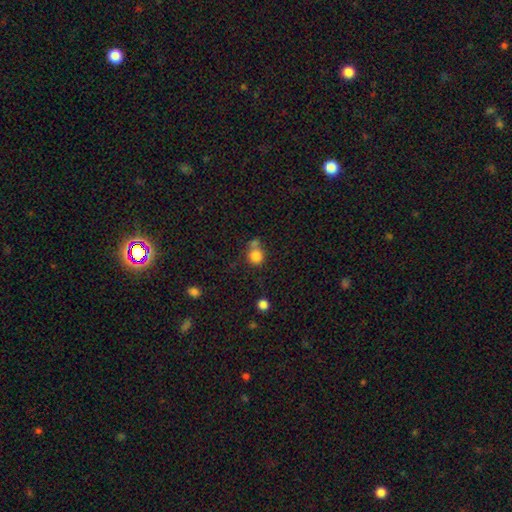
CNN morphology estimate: The model was most divided on "merging": none: 50%, merger: 33%, minor disturbance: 12%, major disturbance: 5%. More confident: how rounded — round (83%); smooth or featured — smooth (82%).